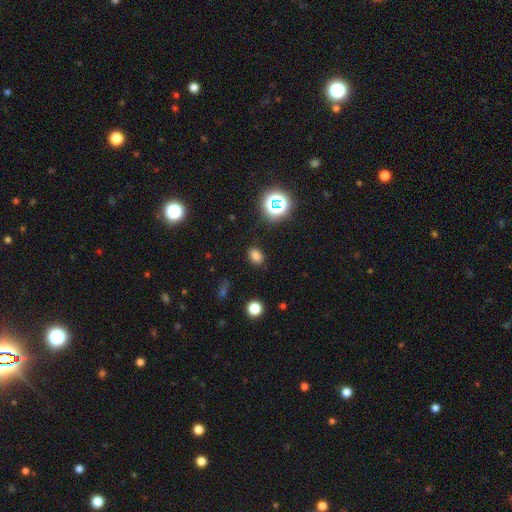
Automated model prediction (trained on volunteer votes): smooth-or-featured: smooth: 75% | star or artifact: 20% | featured or disk: 6%
  how-rounded: in between: 73% | round: 25% | cigar-shaped: 1%
  merging: none: 85% | minor disturbance: 10% | major disturbance: 3% | merger: 2%